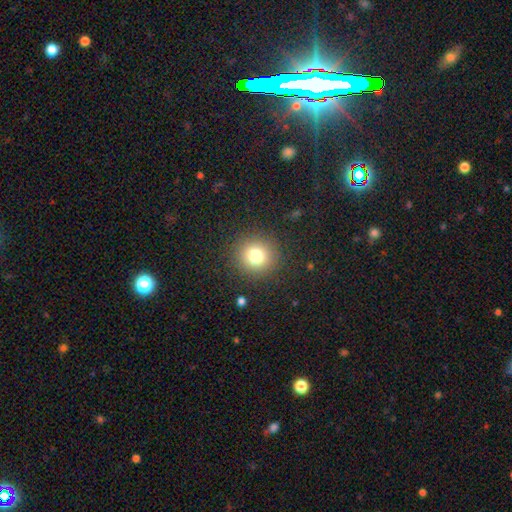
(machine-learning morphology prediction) smooth 77%, star or artifact 14%, featured or disk 9%. Down the decision tree: how rounded — round (93%); merging — none (90%).